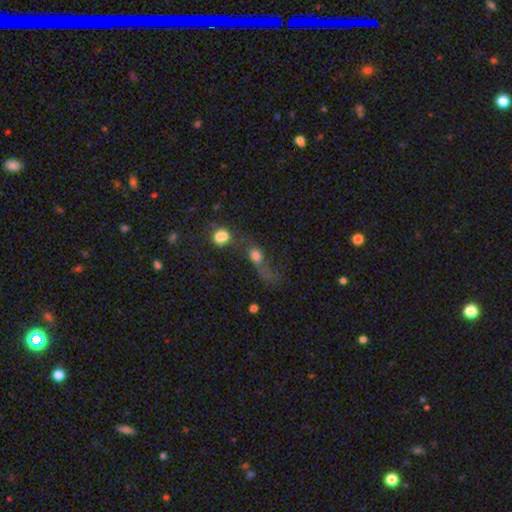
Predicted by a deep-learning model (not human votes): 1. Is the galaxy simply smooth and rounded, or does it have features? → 61% smooth, 24% featured or disk, 14% star or artifact.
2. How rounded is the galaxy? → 53% round, 38% in between, 9% cigar-shaped.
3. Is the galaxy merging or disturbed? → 42% merger, 29% major disturbance, 19% none, 11% minor disturbance.